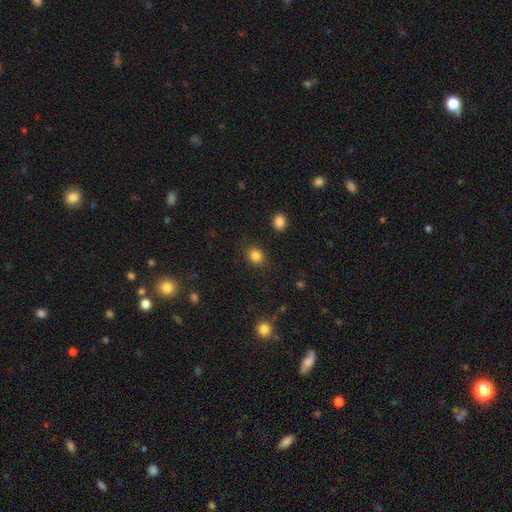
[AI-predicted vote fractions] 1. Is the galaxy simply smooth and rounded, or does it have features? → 85% smooth, 11% star or artifact, 4% featured or disk.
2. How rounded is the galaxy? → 61% round, 38% in between, 1% cigar-shaped.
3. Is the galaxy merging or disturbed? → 86% none, 9% minor disturbance, 3% major disturbance, 2% merger.